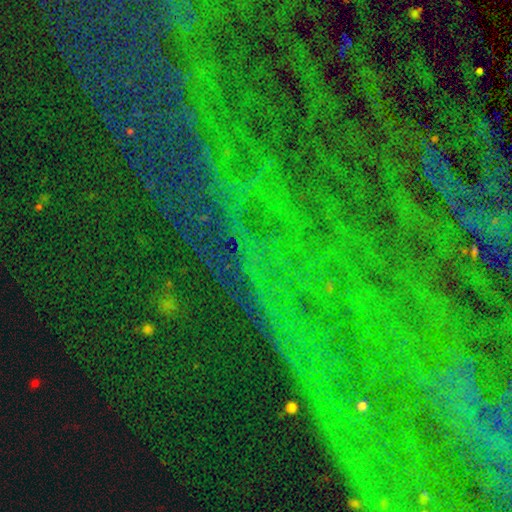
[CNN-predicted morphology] Overall: star or artifact (85%).